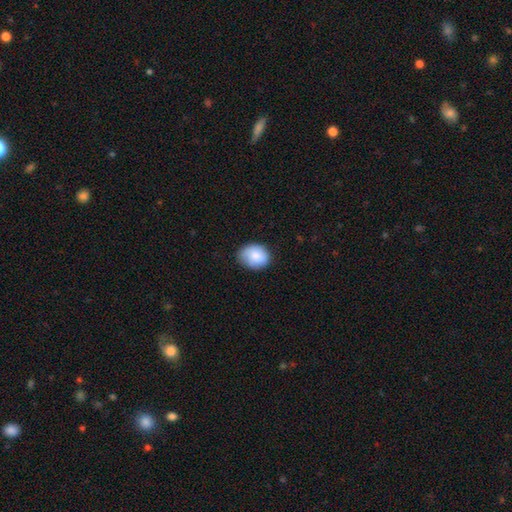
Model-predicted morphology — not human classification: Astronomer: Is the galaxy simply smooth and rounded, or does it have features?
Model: smooth — 82%.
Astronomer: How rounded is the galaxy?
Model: in between — 54% (runner-up: round, 46%).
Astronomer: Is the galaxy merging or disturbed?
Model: none — 73%.